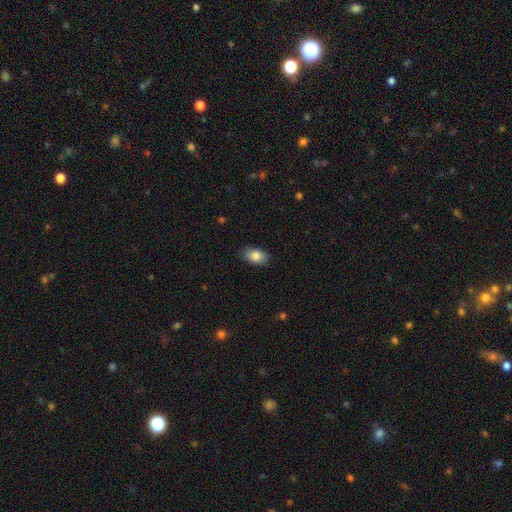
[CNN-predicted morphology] smooth_or_featured: smooth (p=0.84) [alt: featured or disk p=0.08]
how_rounded: in between (p=0.90) [alt: round p=0.09]
merging: none (p=0.86) [alt: minor disturbance p=0.10]